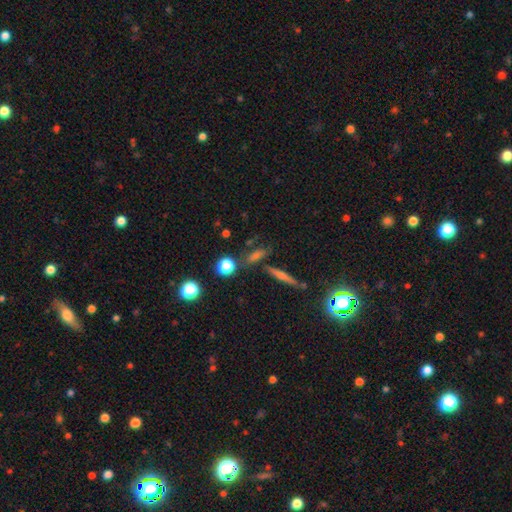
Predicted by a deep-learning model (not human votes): smooth-or-featured: smooth: 54% | star or artifact: 24% | featured or disk: 22%
  how-rounded: cigar-shaped: 41% | in between: 30% | round: 29%
  merging: none: 74% | minor disturbance: 11% | merger: 10% | major disturbance: 4%